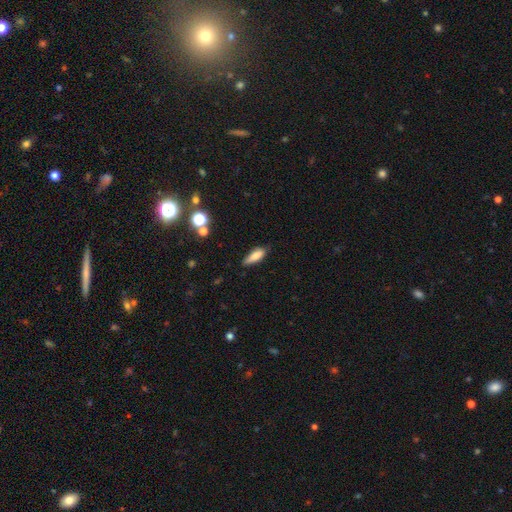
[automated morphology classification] A smooth galaxy with no disk features (77%) that is in between round and cigar-shaped (57%). Merging: none (70%).